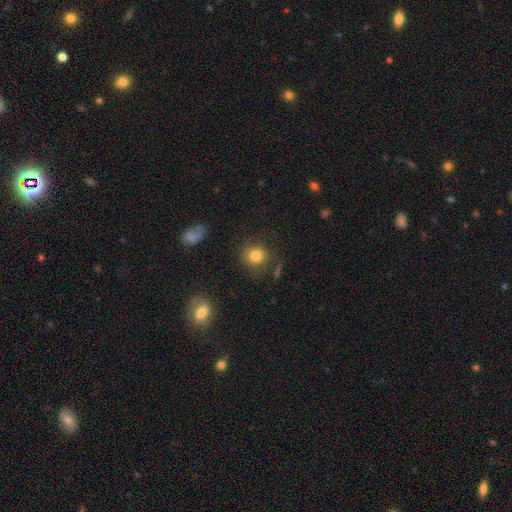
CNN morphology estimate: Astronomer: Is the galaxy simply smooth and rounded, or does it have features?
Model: smooth — 80%.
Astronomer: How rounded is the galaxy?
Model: round — 84%.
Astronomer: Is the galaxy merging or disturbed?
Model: none — 76%.